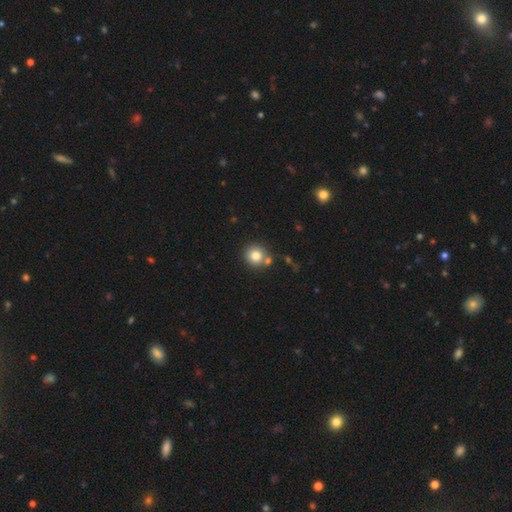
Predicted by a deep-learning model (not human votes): smooth 82%, star or artifact 10%, featured or disk 8%. Down the decision tree: how rounded — round (90%); merging — none (72%).